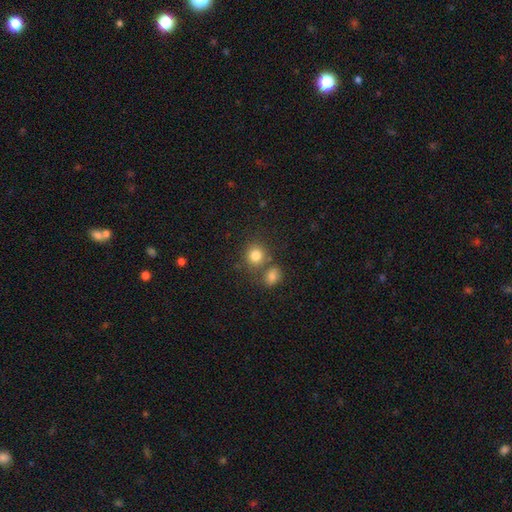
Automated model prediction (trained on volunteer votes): This is clearly a smooth galaxy (82%). How rounded: clearly round (82%). Merging: likely none (63%).